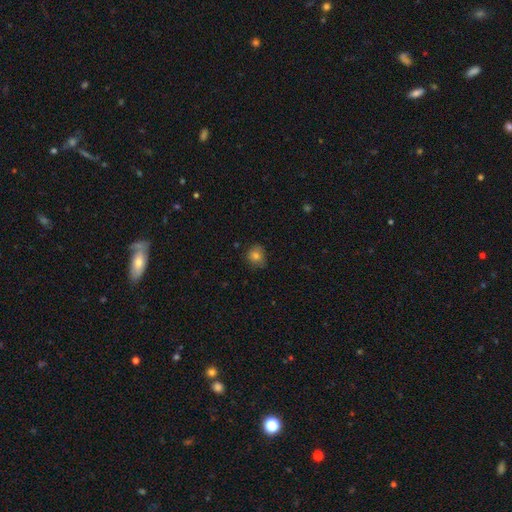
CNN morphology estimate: type=smooth (78%); roundness=round (80%); merging=none (72%).